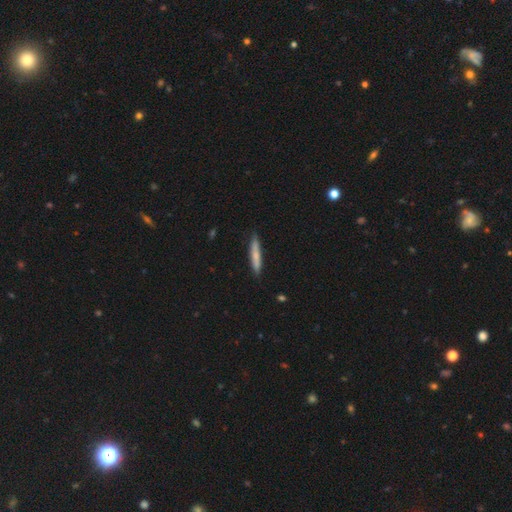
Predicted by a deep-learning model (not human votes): A smooth galaxy with no disk features (70%) that is cigar-shaped (93%).

Vote fractions:
- Smooth or featured? smooth: 70% / featured or disk: 25% / star or artifact: 6%
- How rounded? cigar-shaped: 93% / in between: 6% / round: 1%
- Merging? none: 85% / minor disturbance: 12% / major disturbance: 2% / merger: 1%